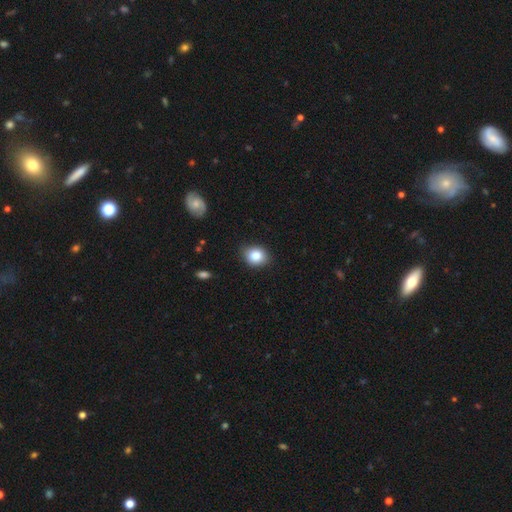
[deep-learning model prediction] Smooth or featured: smooth — 83% (star or artifact — 9%)
How rounded: round — 62% (in between — 37%)
Merging: none — 81% (minor disturbance — 15%)